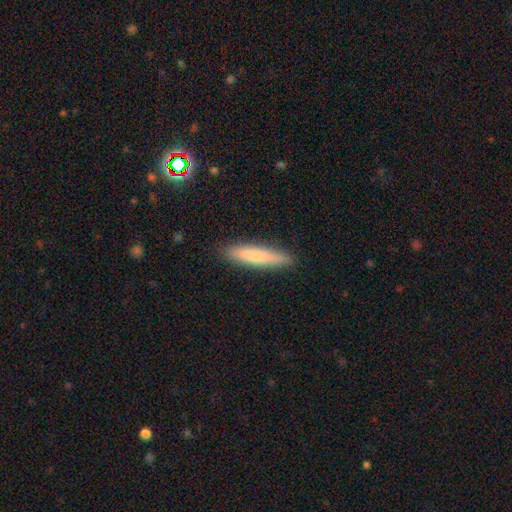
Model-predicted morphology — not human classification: A smooth galaxy with no disk features (76%) that is cigar-shaped (88%). Merging: none (90%).